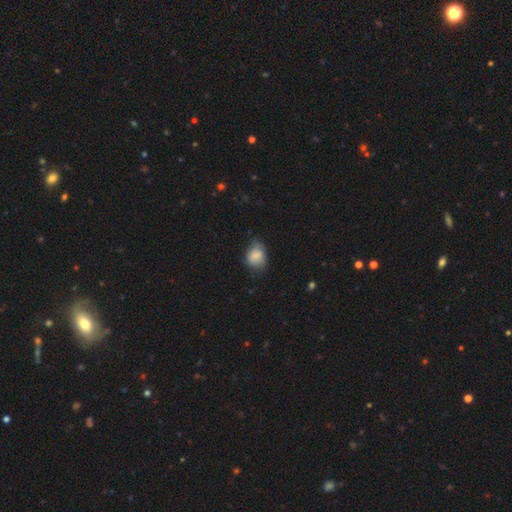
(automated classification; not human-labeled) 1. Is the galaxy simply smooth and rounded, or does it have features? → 76% smooth, 15% featured or disk, 9% star or artifact.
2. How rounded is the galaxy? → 58% in between, 41% round, 1% cigar-shaped.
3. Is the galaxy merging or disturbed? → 51% none, 35% minor disturbance, 11% major disturbance, 2% merger.